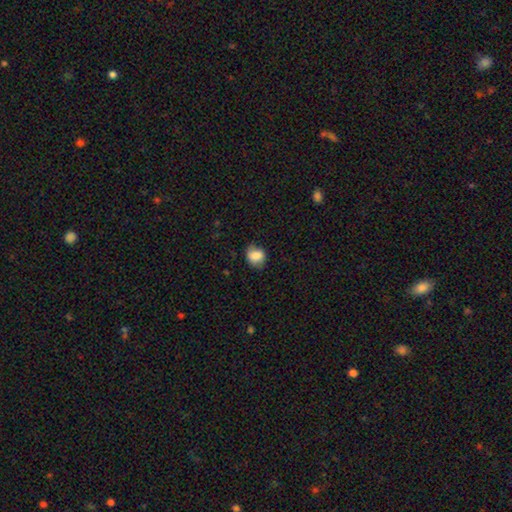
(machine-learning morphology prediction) Smooth or featured: smooth — 81% (featured or disk — 10%)
How rounded: round — 53% (in between — 46%)
Merging: none — 70% (minor disturbance — 23%)